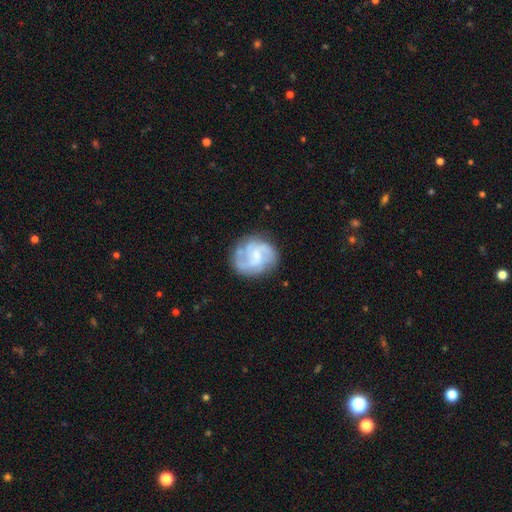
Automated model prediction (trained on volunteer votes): A featured or disk galaxy (76%) with a weak bar (49%), 2 (45%) medium (49%) spiral arms (92%) and a small central bulge (42%). Merging: none (71%).